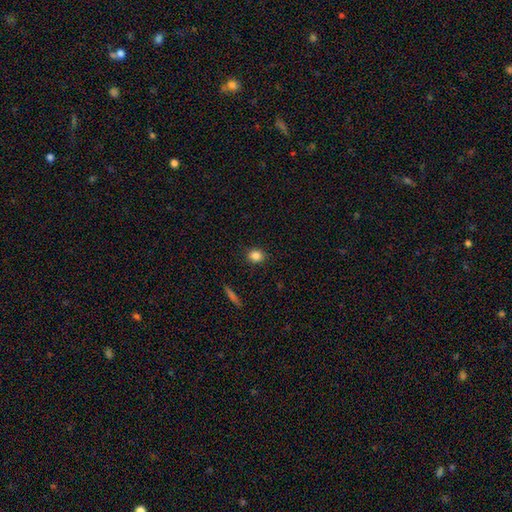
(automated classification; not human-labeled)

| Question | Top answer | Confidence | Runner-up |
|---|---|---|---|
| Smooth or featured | smooth | 84% | star or artifact (11%) |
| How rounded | round | 73% | in between (26%) |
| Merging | none | 90% | minor disturbance (7%) |